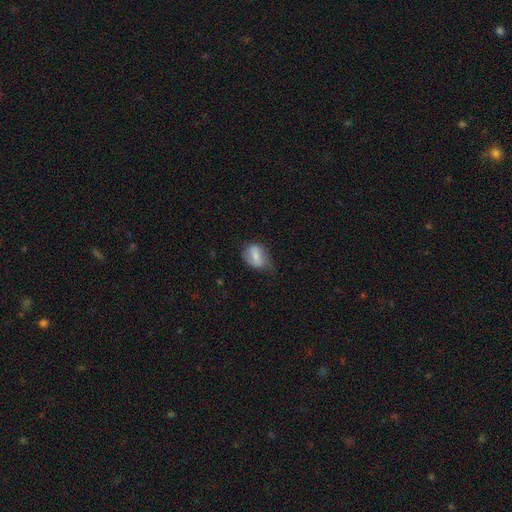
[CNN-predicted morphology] Q: Smooth or featured?
A: smooth (67%); runner-up: featured or disk (26%)
Q: How rounded?
A: in between (67%); runner-up: round (31%)
Q: Merging?
A: minor disturbance (40%); tied with: none (40%)